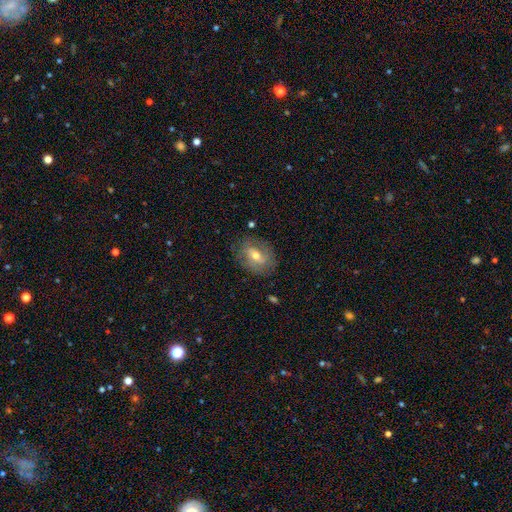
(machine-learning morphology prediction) type=featured or disk (52%); edge-on=no (93%); merging=none (75%).